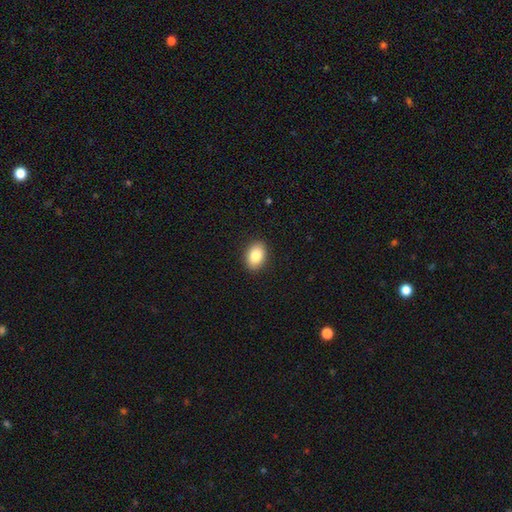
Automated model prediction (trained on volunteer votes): This appears to be a smooth galaxy with no disk features (86%) that is in between round and cigar-shaped (85%). Merging: none (90%).